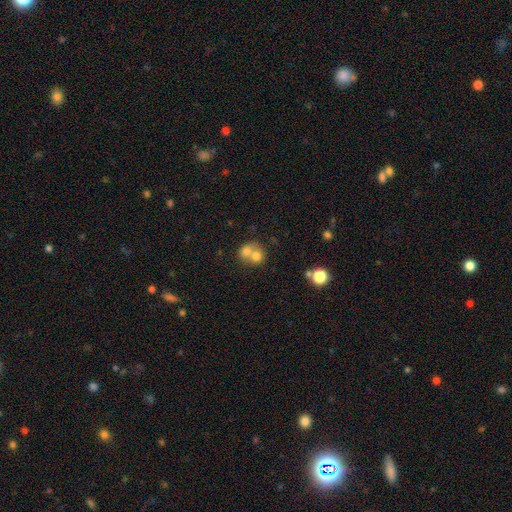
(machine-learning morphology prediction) A smooth galaxy with no disk features (68%) that is round (73%). Merging: merger (67%).